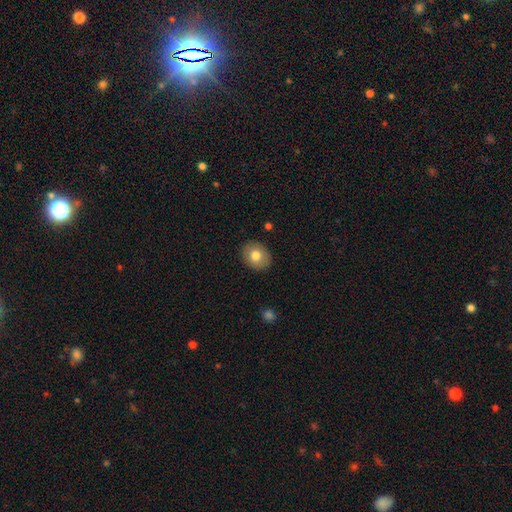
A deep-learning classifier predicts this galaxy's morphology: Smooth or featured?
  - smooth: 77% *
  - featured or disk: 15%
  - star or artifact: 8%
How rounded?
  - round: 57% *
  - in between: 42%
  - cigar-shaped: 1%
Merging?
  - none: 89% *
  - minor disturbance: 8%
  - major disturbance: 2%
  - merger: 1%